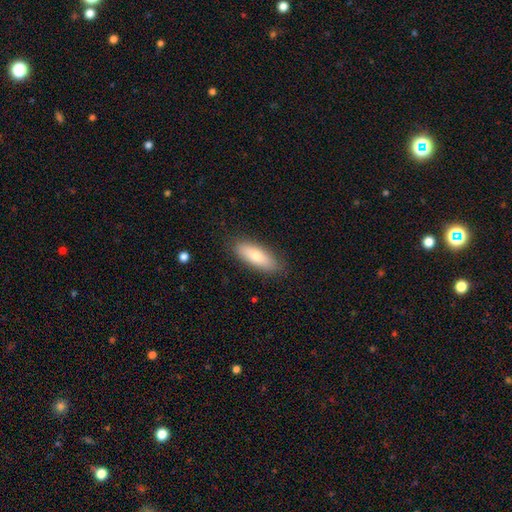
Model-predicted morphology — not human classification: type=smooth (75%); roundness=in between (65%); merging=none (84%).